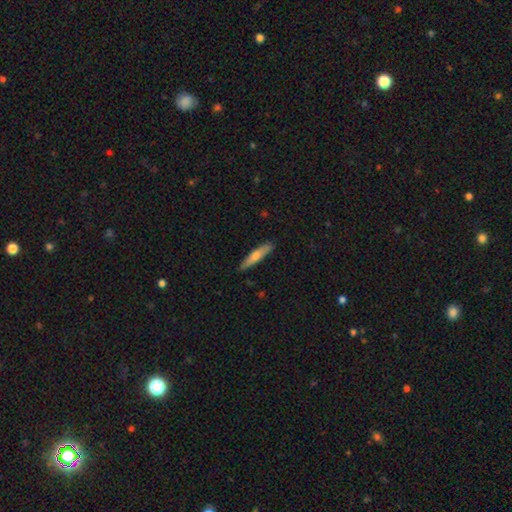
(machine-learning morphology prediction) Smooth or featured? smooth (60%)
How rounded? cigar-shaped (88%)
Merging? none (88%)